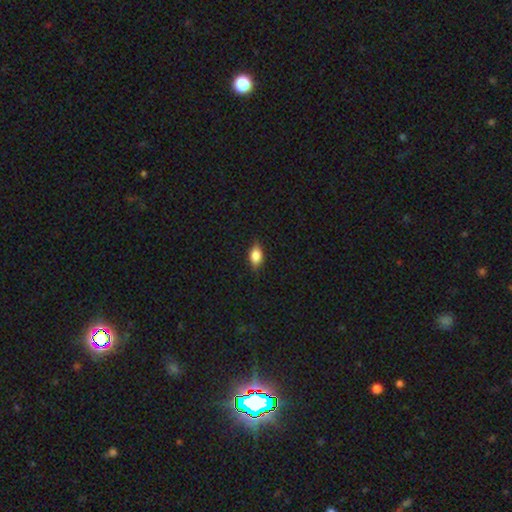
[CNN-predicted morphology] A smooth galaxy with no disk features (82%) that is in between round and cigar-shaped (85%).

Vote fractions:
- Smooth or featured? smooth: 82% / featured or disk: 10% / star or artifact: 8%
- How rounded? in between: 85% / round: 10% / cigar-shaped: 5%
- Merging? none: 82% / minor disturbance: 14% / major disturbance: 3% / merger: 1%